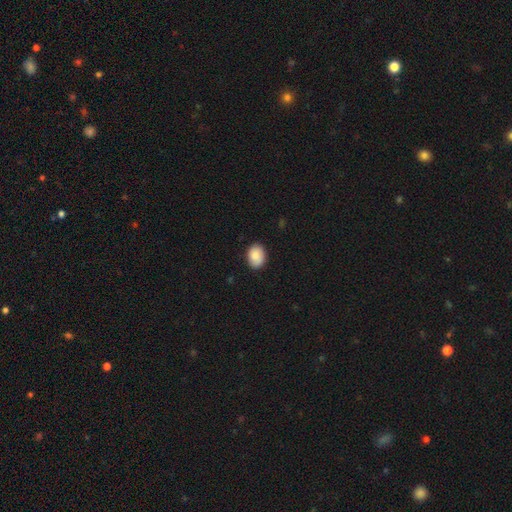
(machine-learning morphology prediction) Smooth or featured?
  - smooth: 87% *
  - star or artifact: 7%
  - featured or disk: 6%
How rounded?
  - in between: 71% *
  - round: 28%
  - cigar-shaped: 1%
Merging?
  - none: 86% *
  - minor disturbance: 11%
  - major disturbance: 2%
  - merger: 1%